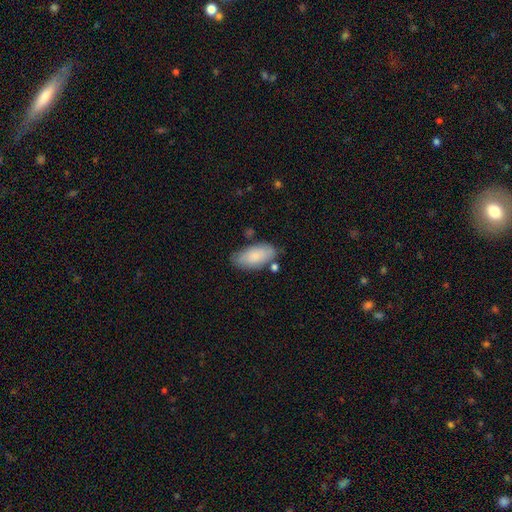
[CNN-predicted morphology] Smooth or featured: smooth — 78% (featured or disk — 16%)
How rounded: in between — 93% (cigar-shaped — 5%)
Merging: none — 69% (minor disturbance — 20%)